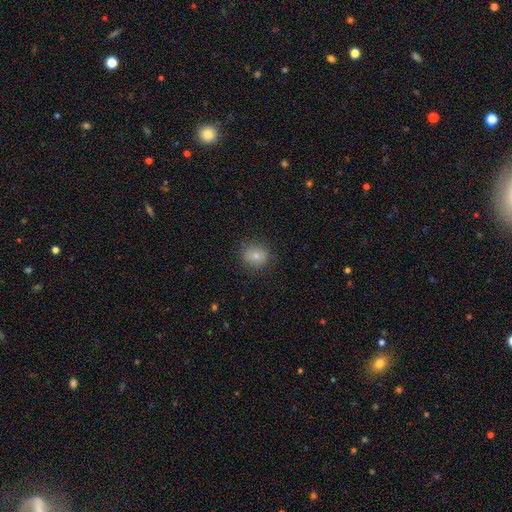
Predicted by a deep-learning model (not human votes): smooth-or-featured: smooth: 79% | featured or disk: 11% | star or artifact: 11%
  how-rounded: round: 71% | in between: 28% | cigar-shaped: 1%
  merging: none: 84% | minor disturbance: 12% | major disturbance: 4% | merger: 1%